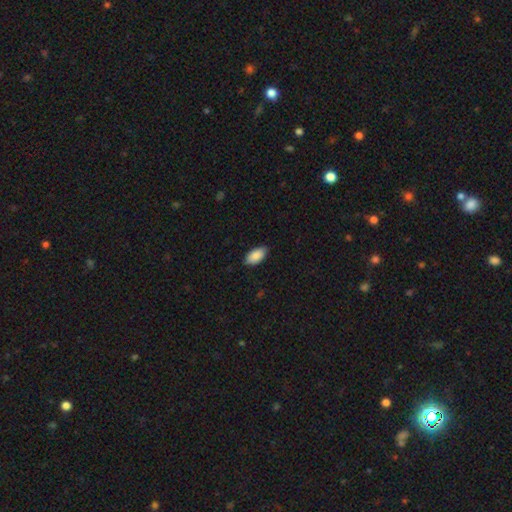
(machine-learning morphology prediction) Smooth or featured: smooth — 88% (star or artifact — 6%)
How rounded: in between — 95% (cigar-shaped — 3%)
Merging: none — 86% (minor disturbance — 11%)